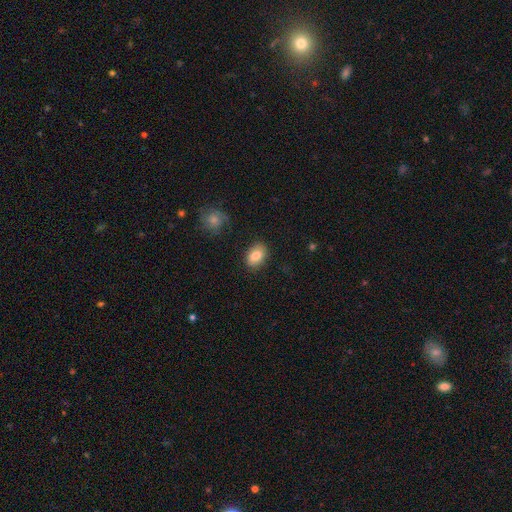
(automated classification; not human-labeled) Morphology: type=smooth (84%); roundness=in between (82%); merging=none (85%).